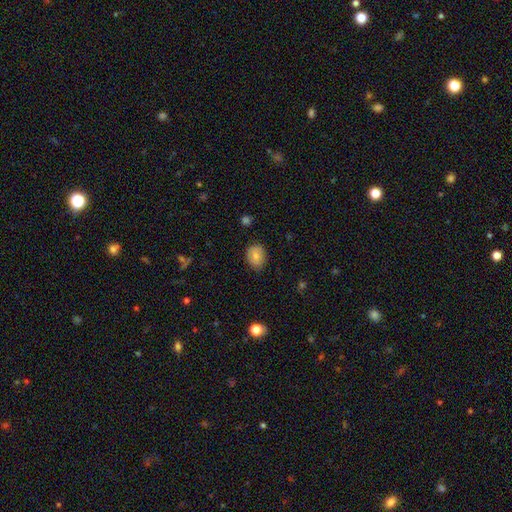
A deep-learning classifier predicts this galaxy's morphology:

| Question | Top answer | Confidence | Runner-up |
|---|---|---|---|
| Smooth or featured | smooth | 77% | featured or disk (14%) |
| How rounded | in between | 51% | round (48%) |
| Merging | none | 77% | minor disturbance (19%) |